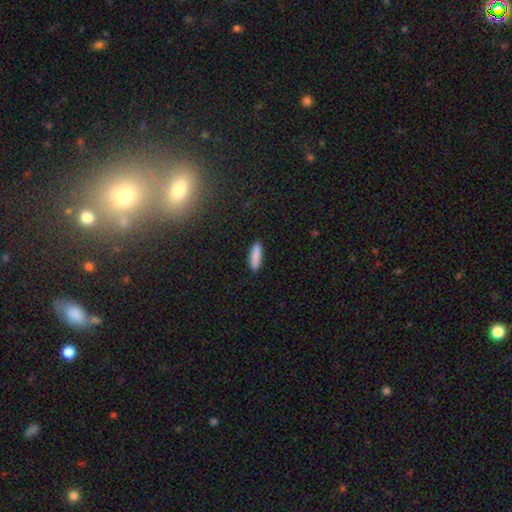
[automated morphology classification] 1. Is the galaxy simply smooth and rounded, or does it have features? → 88% smooth, 7% star or artifact, 6% featured or disk.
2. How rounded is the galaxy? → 67% cigar-shaped, 31% in between, 2% round.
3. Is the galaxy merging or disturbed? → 89% none, 8% minor disturbance, 2% major disturbance, 1% merger.